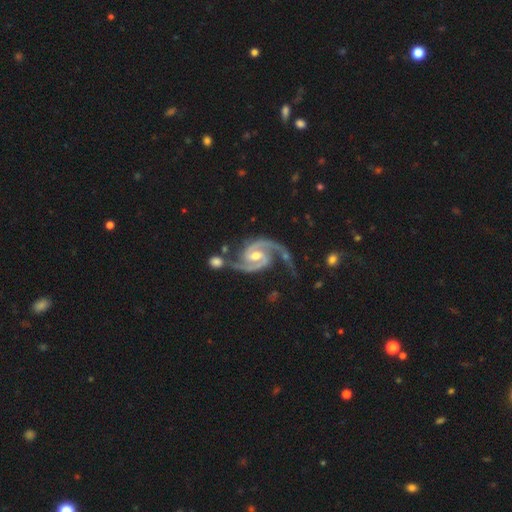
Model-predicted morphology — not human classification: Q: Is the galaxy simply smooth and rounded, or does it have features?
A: featured or disk — 94%.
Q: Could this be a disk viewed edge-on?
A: no — 98%.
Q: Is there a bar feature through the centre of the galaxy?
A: weak — 48%.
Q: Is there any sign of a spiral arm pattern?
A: yes — 99%.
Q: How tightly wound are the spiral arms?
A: medium — 61%.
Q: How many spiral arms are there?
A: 2 — 94%.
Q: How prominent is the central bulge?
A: moderate — 63%.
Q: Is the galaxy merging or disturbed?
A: none — 56%.